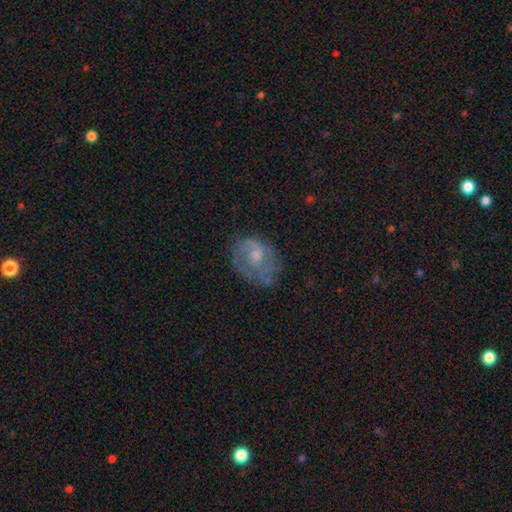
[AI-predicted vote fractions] Q: Smooth or featured?
A: featured or disk (56%); runner-up: smooth (36%)
Q: Edge-on disk?
A: no (97%); runner-up: yes (3%)
Q: Bar?
A: no (74%); runner-up: weak (23%)
Q: Spiral arms?
A: yes (64%); runner-up: no (36%)
Q: Bulge size?
A: moderate (46%); tied with: small (46%)
Q: Merging?
A: none (55%); runner-up: minor disturbance (27%)